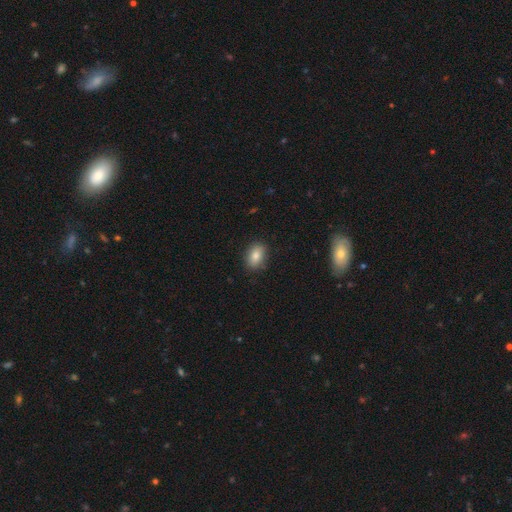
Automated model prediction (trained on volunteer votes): The model was most divided on "smooth or featured": smooth: 82%, featured or disk: 10%, star or artifact: 9%. More confident: merging — none (87%); how rounded — in between (85%).